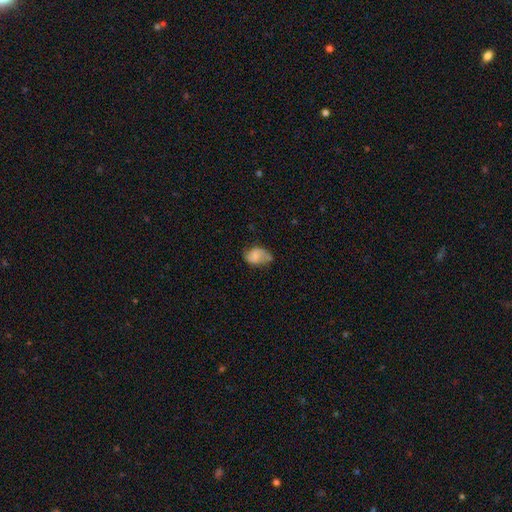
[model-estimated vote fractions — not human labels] Q: Smooth or featured?
A: smooth (54%); runner-up: featured or disk (37%)
Q: How rounded?
A: in between (81%); runner-up: round (18%)
Q: Merging?
A: none (51%); runner-up: minor disturbance (34%)